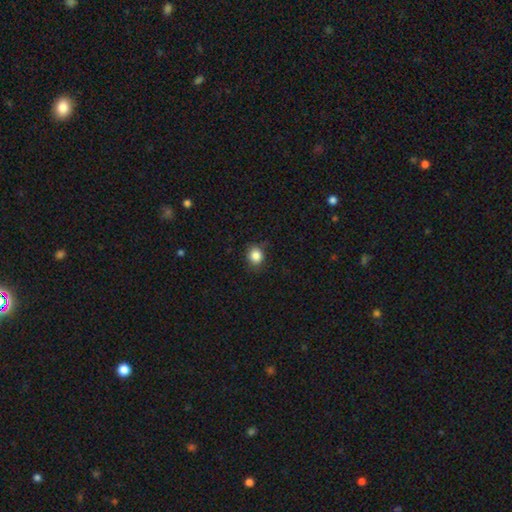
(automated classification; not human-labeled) A smooth galaxy with no disk features (85%) that is round (76%). Merging: none (81%).